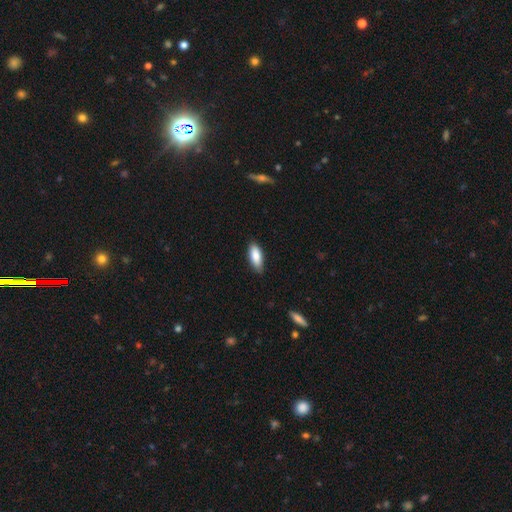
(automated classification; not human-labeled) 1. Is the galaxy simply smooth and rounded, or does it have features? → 85% smooth, 9% featured or disk, 6% star or artifact.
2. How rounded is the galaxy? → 80% in between, 18% cigar-shaped, 2% round.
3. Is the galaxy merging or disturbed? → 81% none, 15% minor disturbance, 2% major disturbance, 1% merger.